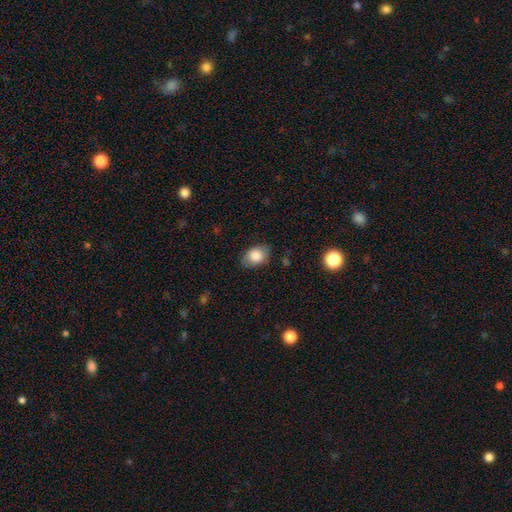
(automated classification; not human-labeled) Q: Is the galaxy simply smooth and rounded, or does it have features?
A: smooth — 85%.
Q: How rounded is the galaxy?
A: in between — 79%.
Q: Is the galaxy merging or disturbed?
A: none — 79%.